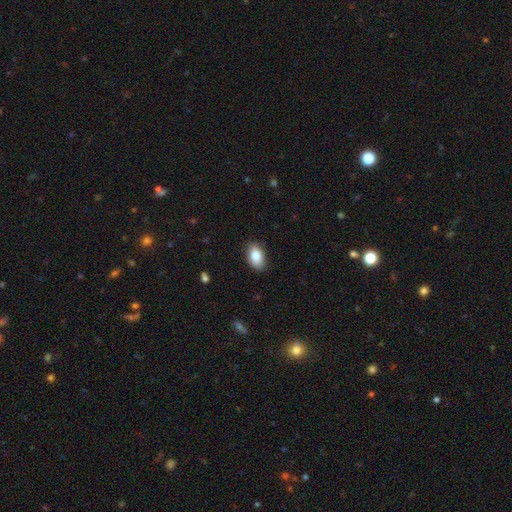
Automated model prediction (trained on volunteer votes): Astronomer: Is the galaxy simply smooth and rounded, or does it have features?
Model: smooth — 83%.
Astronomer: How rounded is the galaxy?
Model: in between — 91%.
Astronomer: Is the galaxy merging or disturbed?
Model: none — 86%.